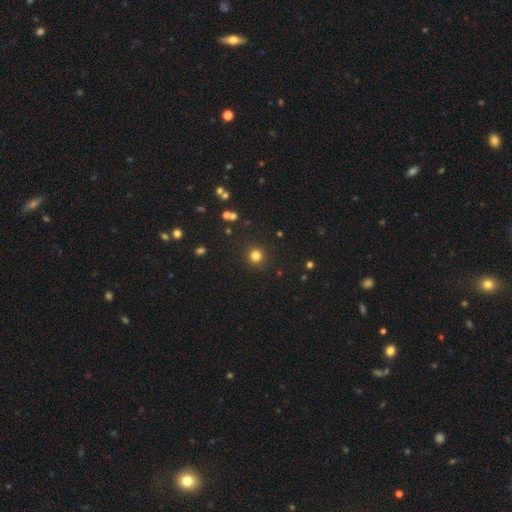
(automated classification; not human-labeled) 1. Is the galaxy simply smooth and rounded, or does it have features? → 81% smooth, 14% star or artifact, 5% featured or disk.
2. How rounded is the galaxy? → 94% round, 5% in between, 1% cigar-shaped.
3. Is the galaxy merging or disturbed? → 91% none, 5% minor disturbance, 2% major disturbance, 1% merger.